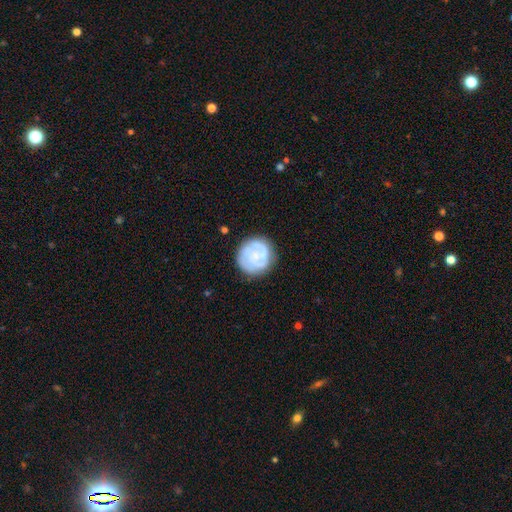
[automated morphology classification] smooth_or_featured: featured or disk (p=0.60) [alt: smooth p=0.34]
disk_edge_on: no (p=0.98) [alt: yes p=0.02]
bar: no (p=0.77) [alt: weak p=0.19]
has_spiral_arms: yes (p=0.72) [alt: no p=0.28]
bulge_size: small (p=0.46) [alt: none p=0.30]
merging: none (p=0.77) [alt: minor disturbance p=0.16]